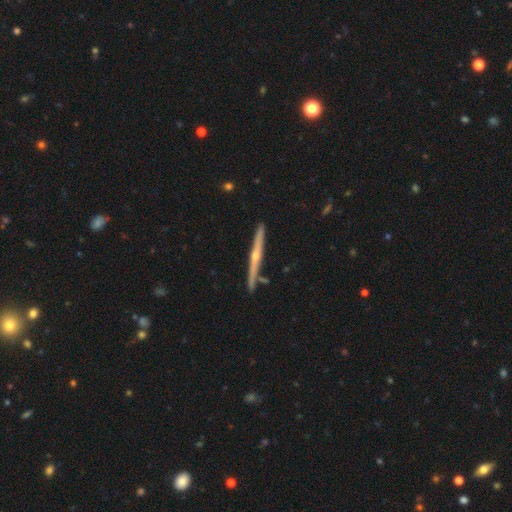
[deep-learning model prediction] The model was most divided on "smooth or featured": featured or disk: 79%, smooth: 16%, star or artifact: 5%. More confident: edge-on disk — yes (98%); merging — none (87%); edge-on bulge — rounded (82%).